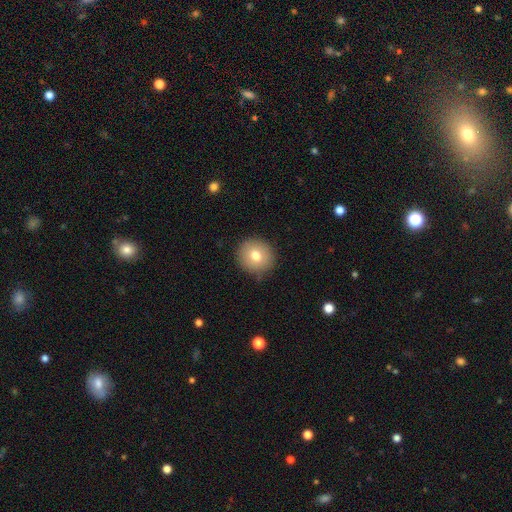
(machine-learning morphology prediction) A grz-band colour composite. It shows a smooth galaxy with no disk features (75%) that is round (91%). Merging: none (87%).